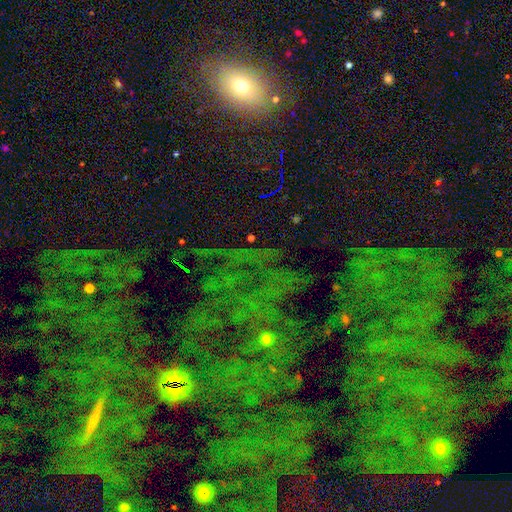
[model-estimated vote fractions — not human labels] star or artifact 71%, smooth 16%, featured or disk 13%.